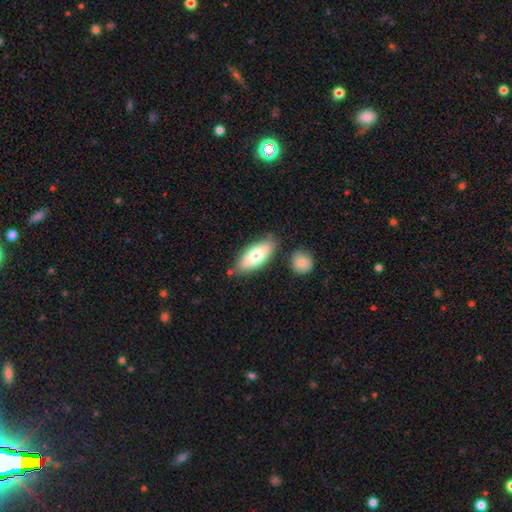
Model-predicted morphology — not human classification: Smooth or featured? smooth (70%)
How rounded? in between (82%)
Merging? none (77%)